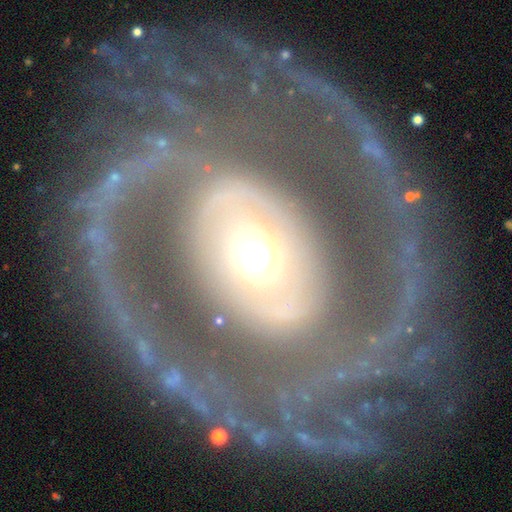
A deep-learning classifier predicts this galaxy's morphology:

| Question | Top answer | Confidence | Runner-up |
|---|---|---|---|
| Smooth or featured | featured or disk | 86% | smooth (9%) |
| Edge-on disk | no | 96% | yes (4%) |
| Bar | no | 62% | weak (20%) |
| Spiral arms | yes | 82% | no (18%) |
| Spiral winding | medium | 41% | tight (35%) |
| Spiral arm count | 2 | 74% | can't tell (9%) |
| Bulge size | moderate | 60% | large (24%) |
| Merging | none | 75% | major disturbance (12%) |